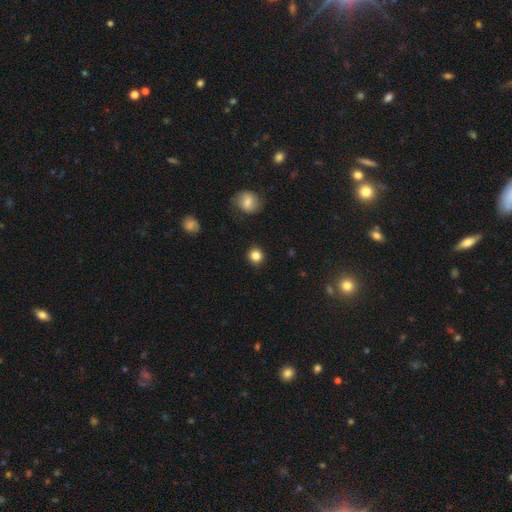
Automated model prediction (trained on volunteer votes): A smooth galaxy with no disk features (84%) that is round (90%).

Vote fractions:
- Smooth or featured? smooth: 84% / star or artifact: 11% / featured or disk: 5%
- How rounded? round: 90% / in between: 9% / cigar-shaped: 1%
- Merging? none: 90% / minor disturbance: 6% / major disturbance: 2% / merger: 1%